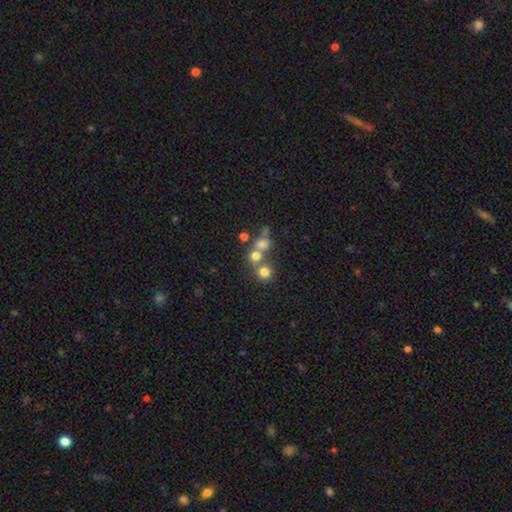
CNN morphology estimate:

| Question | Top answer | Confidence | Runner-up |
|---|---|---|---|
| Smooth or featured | smooth | 67% | star or artifact (18%) |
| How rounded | round | 83% | in between (16%) |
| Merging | merger | 45% | none (43%) |